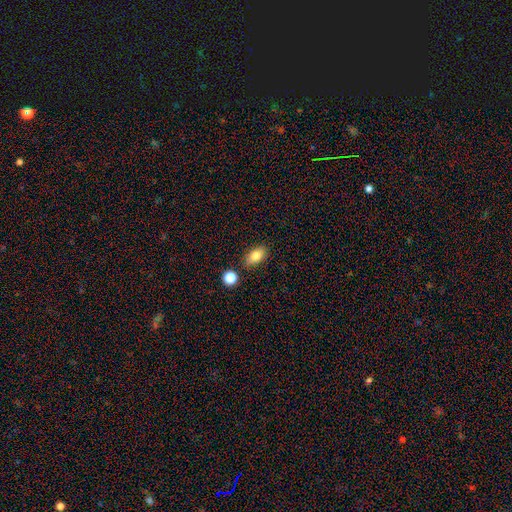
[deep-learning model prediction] smooth_or_featured: smooth (p=0.82) [alt: featured or disk p=0.09]
how_rounded: in between (p=0.87) [alt: round p=0.08]
merging: none (p=0.82) [alt: minor disturbance p=0.11]